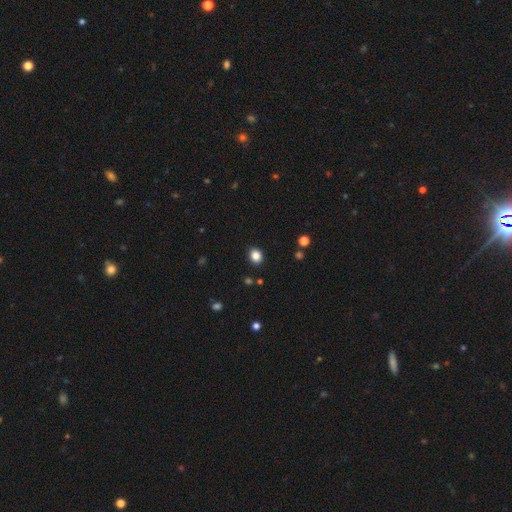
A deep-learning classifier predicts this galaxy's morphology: Smooth or featured? smooth (84%)
How rounded? round (62%)
Merging? none (89%)